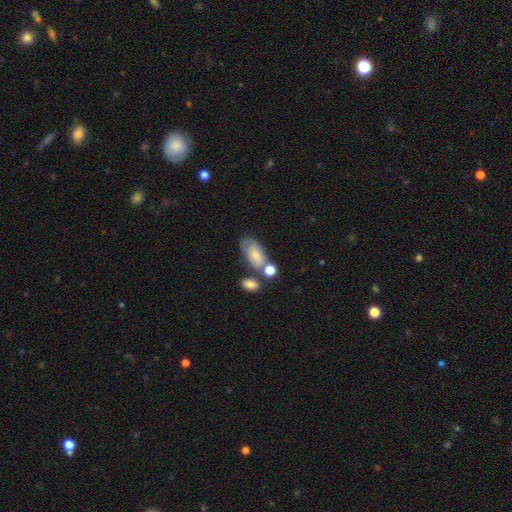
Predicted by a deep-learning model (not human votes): A smooth galaxy with no disk features (73%) that is in between round and cigar-shaped (89%).

Vote fractions:
- Smooth or featured? smooth: 73% / featured or disk: 19% / star or artifact: 8%
- How rounded? in between: 89% / round: 6% / cigar-shaped: 5%
- Merging? none: 48% / merger: 24% / minor disturbance: 21% / major disturbance: 8%